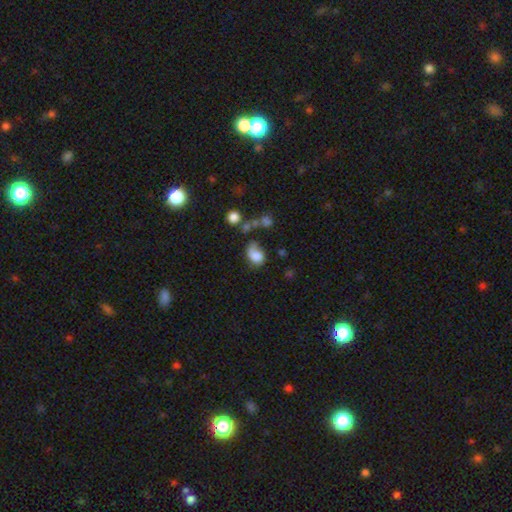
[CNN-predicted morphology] Smooth or featured? smooth (63%)
How rounded? in between (66%)
Merging? major disturbance (35%)